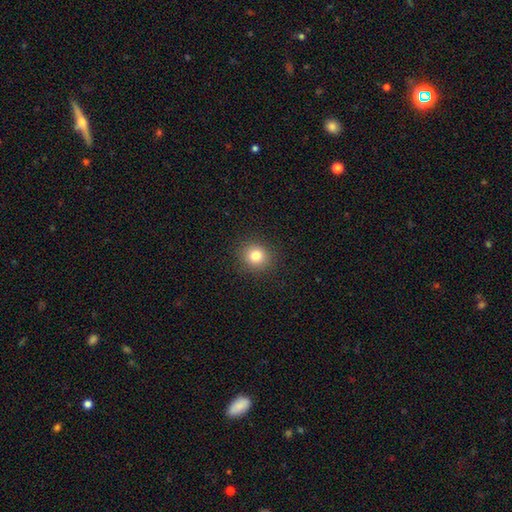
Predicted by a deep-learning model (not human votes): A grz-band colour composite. It shows a smooth galaxy with no disk features (80%) that is round (86%). Merging: none (90%).